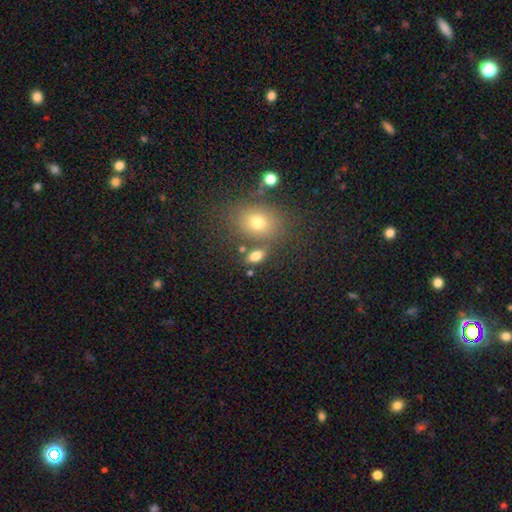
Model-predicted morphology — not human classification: A smooth galaxy with no disk features (77%) that is in between round and cigar-shaped (84%). Merging: none (66%).